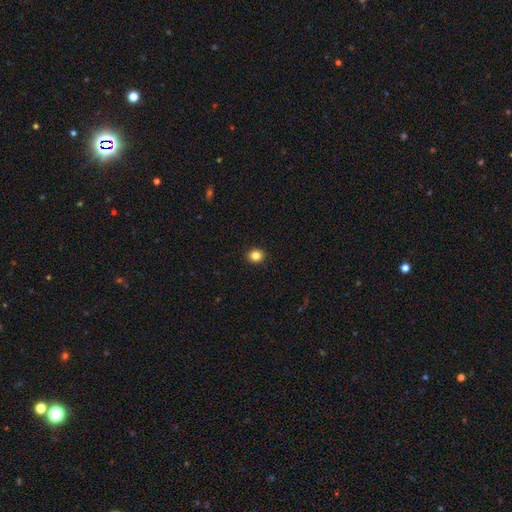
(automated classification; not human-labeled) This appears to be a smooth galaxy with no disk features (84%) that is round (80%). Merging: none (93%).